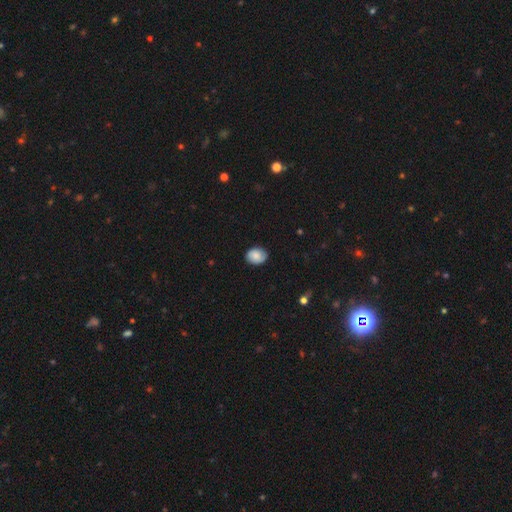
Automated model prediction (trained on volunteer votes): Smooth or featured: smooth — 77% (featured or disk — 15%)
How rounded: in between — 52% (round — 47%)
Merging: none — 84% (minor disturbance — 13%)